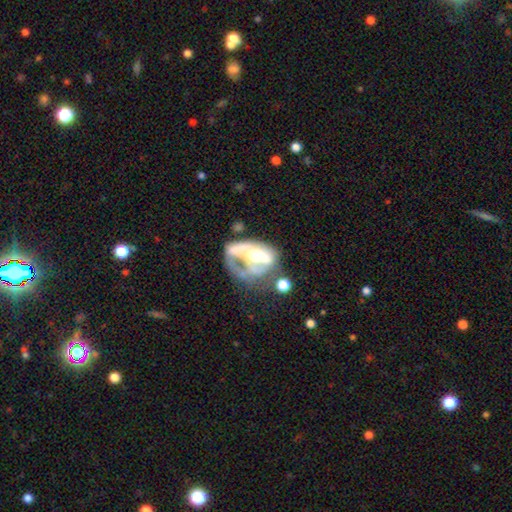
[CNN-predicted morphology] smooth_or_featured: featured or disk (p=0.64) [alt: smooth p=0.26]
disk_edge_on: no (p=0.92) [alt: yes p=0.08]
bar: no (p=0.62) [alt: weak p=0.21]
has_spiral_arms: no (p=0.74) [alt: yes p=0.26]
bulge_size: moderate (p=0.58) [alt: small p=0.22]
merging: major disturbance (p=0.41) [alt: merger p=0.26]